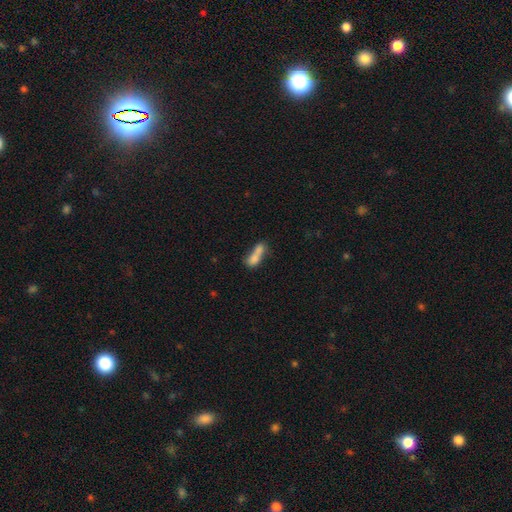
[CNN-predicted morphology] smooth 72%, featured or disk 18%, star or artifact 10%. Down the decision tree: how rounded — in between (61%); merging — merger (61%).